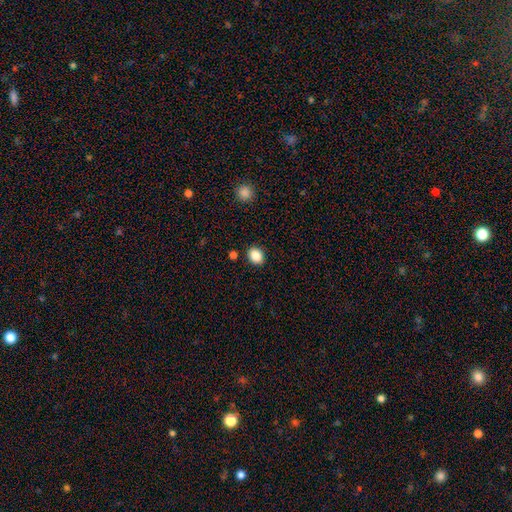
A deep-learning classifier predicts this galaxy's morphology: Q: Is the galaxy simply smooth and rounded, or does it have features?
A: smooth — 87%.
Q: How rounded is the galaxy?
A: round — 50%.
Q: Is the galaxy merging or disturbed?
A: none — 88%.